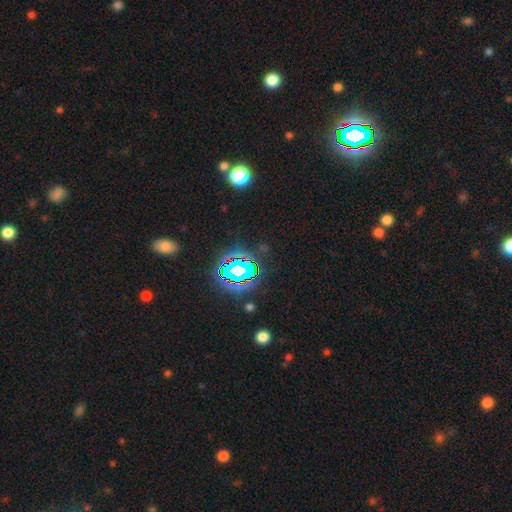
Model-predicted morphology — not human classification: This appears to be a star or artifact, not a galaxy (81%).